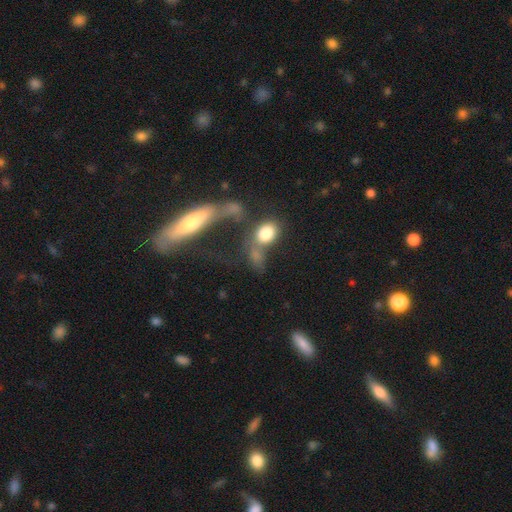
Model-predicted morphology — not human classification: type=smooth (63%); roundness=in between (47%); merging=merger (36%).